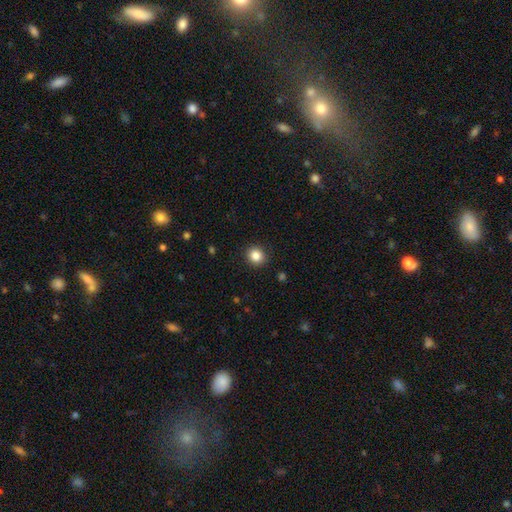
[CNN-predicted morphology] Smooth or featured?
  - smooth: 85% *
  - star or artifact: 10%
  - featured or disk: 5%
How rounded?
  - round: 85% *
  - in between: 14%
  - cigar-shaped: 1%
Merging?
  - none: 91% *
  - minor disturbance: 6%
  - major disturbance: 2%
  - merger: 1%